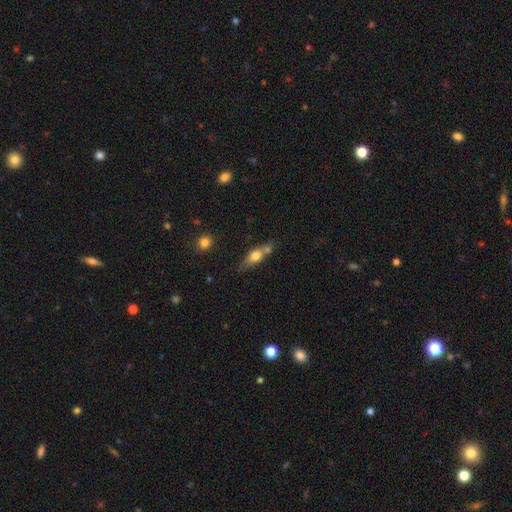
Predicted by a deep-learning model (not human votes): Smooth or featured?
  - smooth: 59% *
  - featured or disk: 34%
  - star or artifact: 7%
How rounded?
  - in between: 48% *
  - cigar-shaped: 45%
  - round: 6%
Merging?
  - none: 48% *
  - merger: 27%
  - minor disturbance: 18%
  - major disturbance: 6%